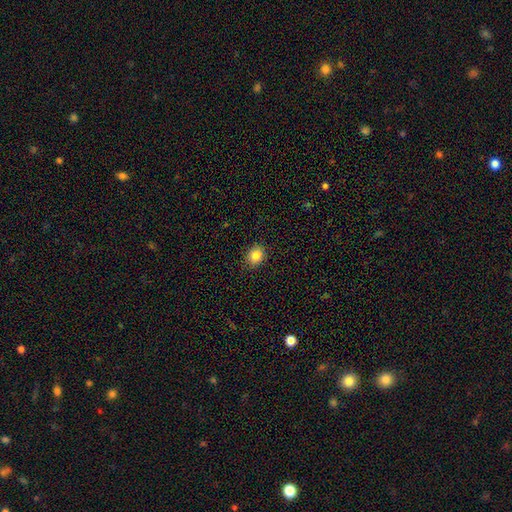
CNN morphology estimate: type=smooth (85%); roundness=round (61%); merging=none (90%).